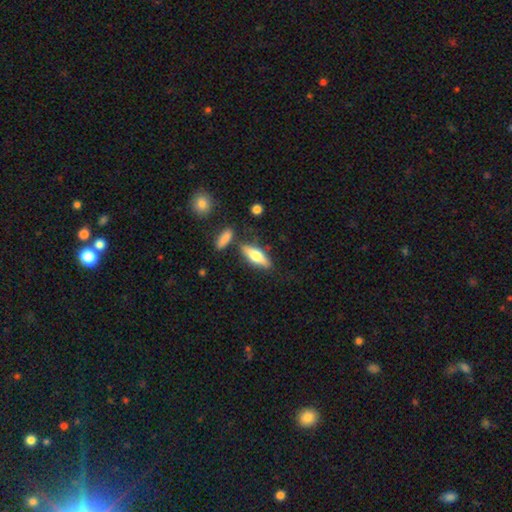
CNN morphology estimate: smooth_or_featured: smooth (p=0.58) [alt: featured or disk p=0.36]
how_rounded: in between (p=0.49) [alt: cigar-shaped p=0.48]
merging: none (p=0.74) [alt: minor disturbance p=0.13]